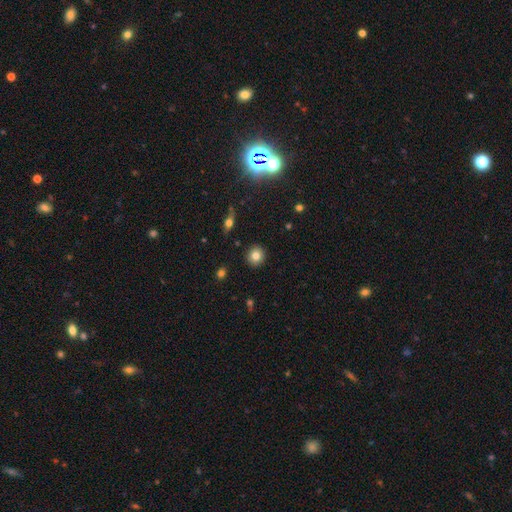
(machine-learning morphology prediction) smooth-or-featured: smooth: 81% | star or artifact: 10% | featured or disk: 9%
  how-rounded: round: 89% | in between: 10% | cigar-shaped: 1%
  merging: none: 92% | minor disturbance: 5% | major disturbance: 2% | merger: 1%